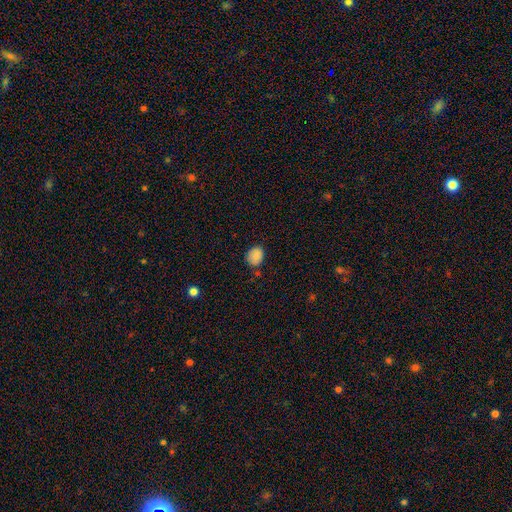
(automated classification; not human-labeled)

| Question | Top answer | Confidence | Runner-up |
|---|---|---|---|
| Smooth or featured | smooth | 86% | star or artifact (9%) |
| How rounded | round | 51% | in between (48%) |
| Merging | none | 72% | minor disturbance (21%) |